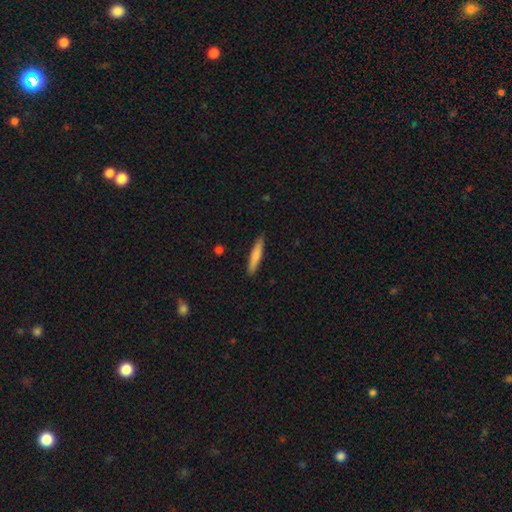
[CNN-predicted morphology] type=smooth (78%); roundness=cigar-shaped (89%); merging=none (88%).